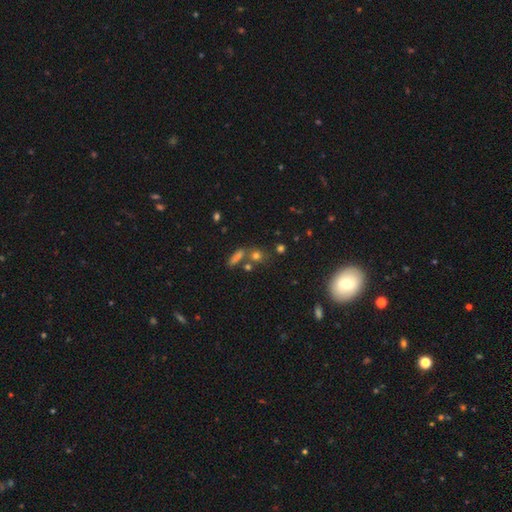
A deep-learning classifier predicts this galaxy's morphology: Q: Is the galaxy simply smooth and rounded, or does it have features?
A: smooth — 60%.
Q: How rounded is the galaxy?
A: round — 61%.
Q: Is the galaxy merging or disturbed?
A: none — 67%.